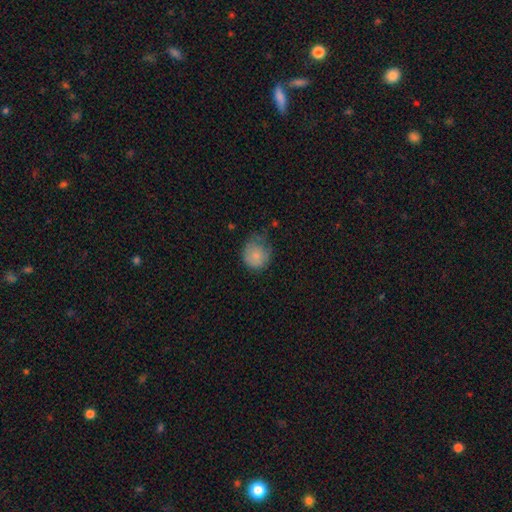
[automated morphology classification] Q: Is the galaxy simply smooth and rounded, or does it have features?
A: smooth — 79%.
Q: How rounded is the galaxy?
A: round — 82%.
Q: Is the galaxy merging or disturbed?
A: none — 45%.